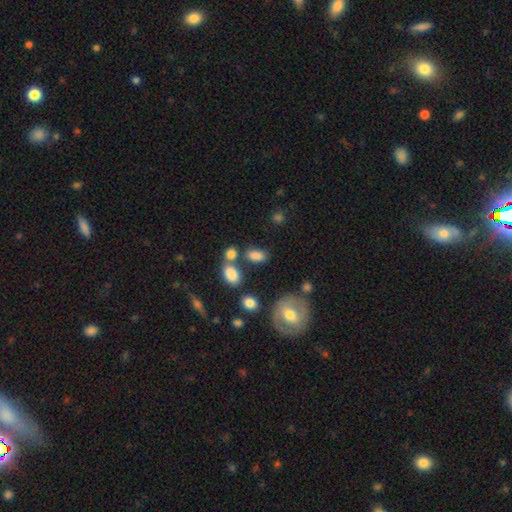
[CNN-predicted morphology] Overall: smooth (82%). How rounded: in between (87%). Merging: none (60%).